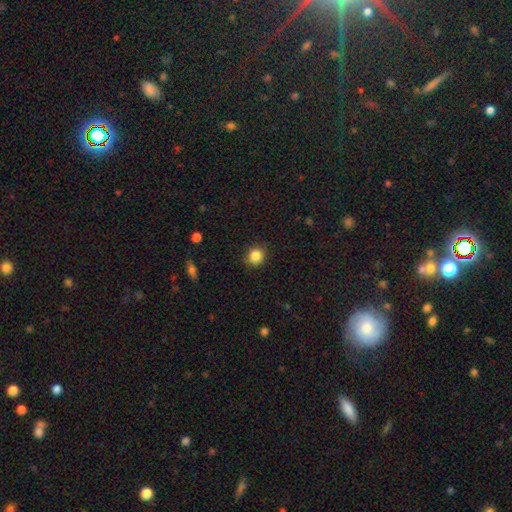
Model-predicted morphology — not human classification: Smooth or featured? smooth (85%)
How rounded? round (86%)
Merging? none (88%)